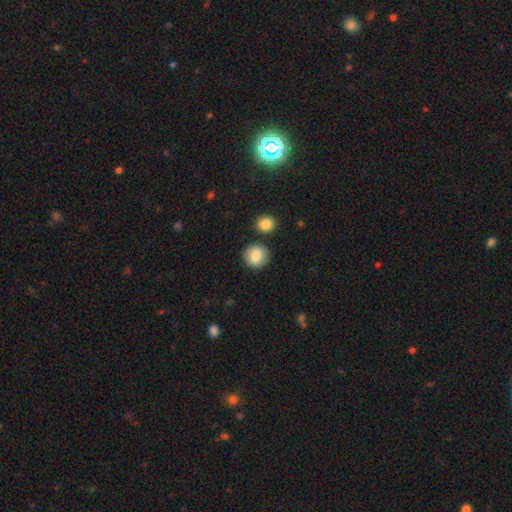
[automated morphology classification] Smooth or featured?
  - smooth: 85% *
  - star or artifact: 8%
  - featured or disk: 7%
How rounded?
  - round: 91% *
  - in between: 8%
  - cigar-shaped: 1%
Merging?
  - none: 86% *
  - minor disturbance: 7%
  - merger: 5%
  - major disturbance: 2%